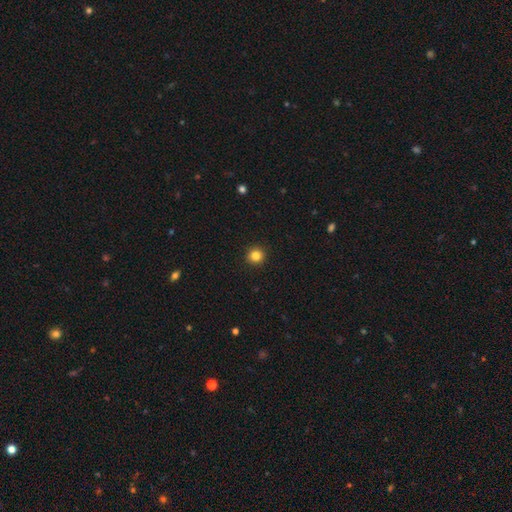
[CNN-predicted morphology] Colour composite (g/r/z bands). It shows a smooth galaxy with no disk features (83%) that is round (95%). Merging: none (93%).